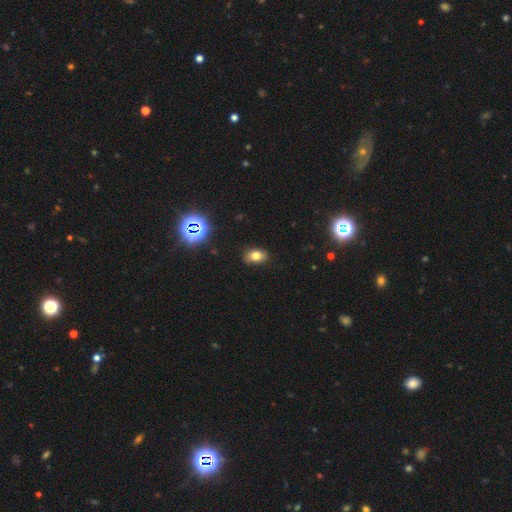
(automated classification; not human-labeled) Morphology: type=smooth (75%); roundness=in between (79%); merging=none (81%).